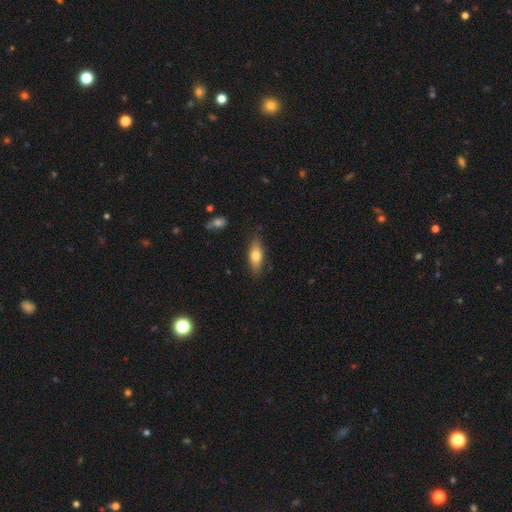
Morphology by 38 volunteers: type=smooth (74%); roundness=in between (50%); merging=none (78%).